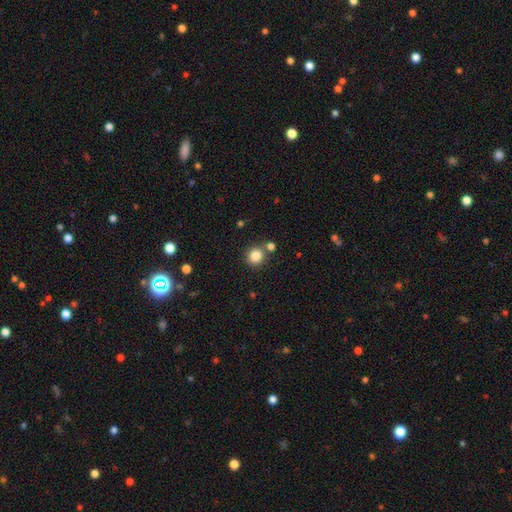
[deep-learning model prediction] This appears to be a smooth galaxy with no disk features (84%) that is round (88%). Merging: none (75%).